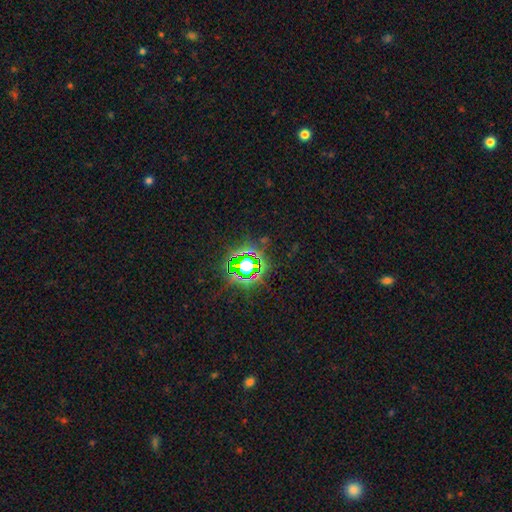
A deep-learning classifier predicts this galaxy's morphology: smooth-or-featured: star or artifact: 79% | smooth: 14% | featured or disk: 7%